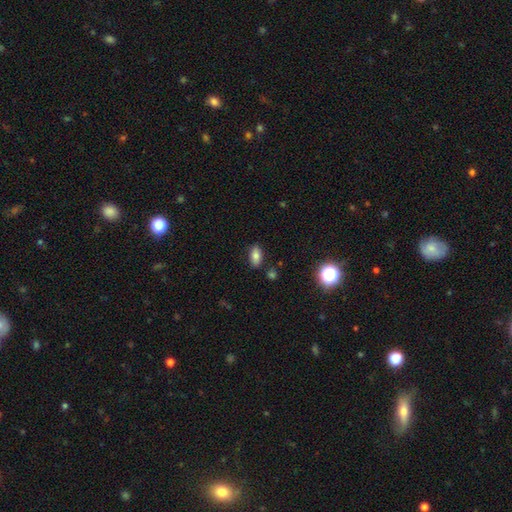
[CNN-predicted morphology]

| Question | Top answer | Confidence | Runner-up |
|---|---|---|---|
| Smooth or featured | smooth | 78% | star or artifact (11%) |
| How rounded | in between | 89% | cigar-shaped (6%) |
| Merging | none | 85% | minor disturbance (10%) |